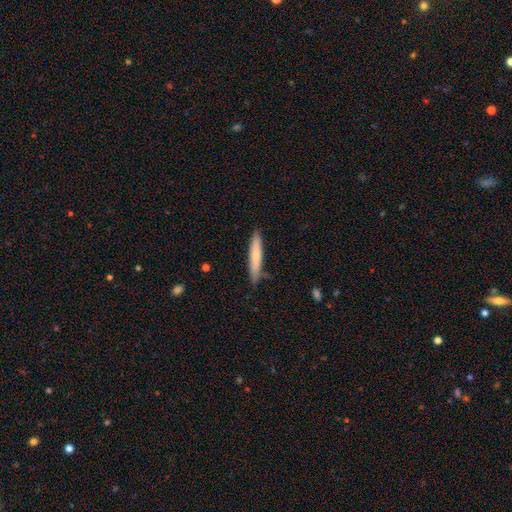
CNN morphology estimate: Smooth or featured?
  - smooth: 73% *
  - featured or disk: 22%
  - star or artifact: 6%
How rounded?
  - cigar-shaped: 93% *
  - in between: 6%
  - round: 1%
Merging?
  - none: 82% *
  - minor disturbance: 14%
  - major disturbance: 2%
  - merger: 2%